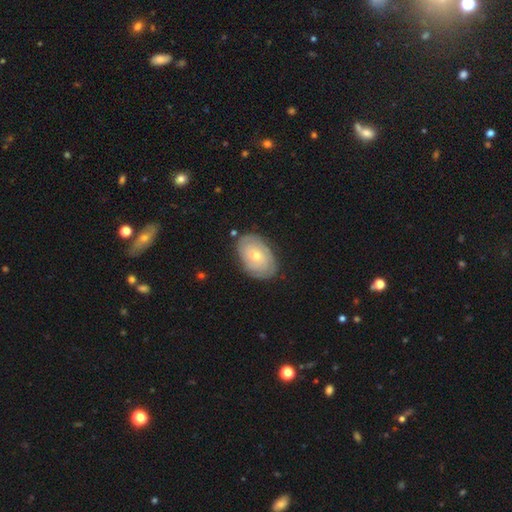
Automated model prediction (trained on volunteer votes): Smooth or featured?
  - featured or disk: 62% *
  - smooth: 32%
  - star or artifact: 6%
Edge-on disk?
  - no: 95% *
  - yes: 5%
Bar?
  - no: 79% *
  - weak: 18%
  - strong: 3%
Spiral arms?
  - yes: 81% *
  - no: 19%
Bulge size?
  - small: 48% * (tied)
  - moderate: 48% * (tied)
  - large: 2%
  - none: 1%
  - dominant: 1%
Merging?
  - none: 79% *
  - minor disturbance: 15%
  - major disturbance: 4%
  - merger: 2%